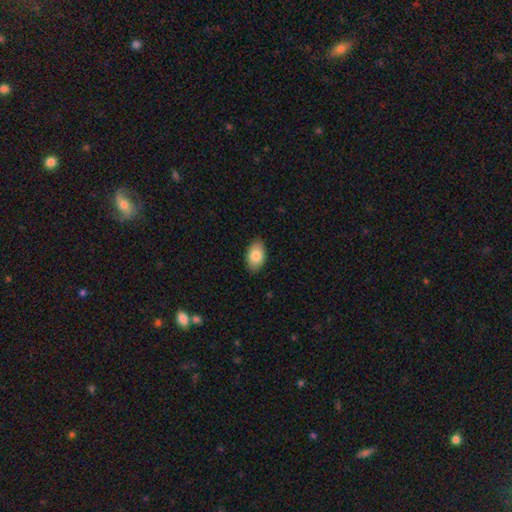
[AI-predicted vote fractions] This appears to be a smooth galaxy with no disk features (84%) that is in between round and cigar-shaped (93%). Merging: none (88%).